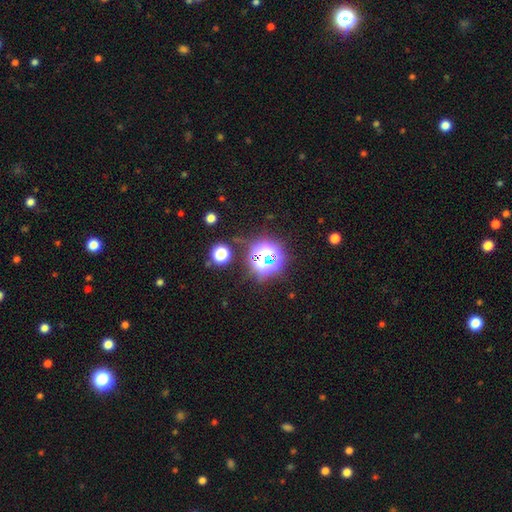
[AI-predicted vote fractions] Smooth or featured: star or artifact — 74% (smooth — 18%)